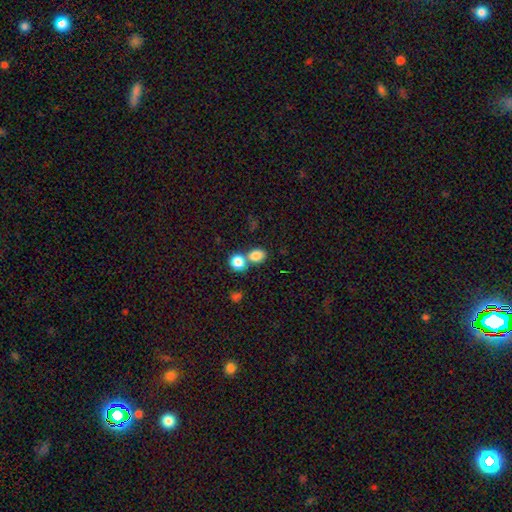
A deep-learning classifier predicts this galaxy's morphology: smooth_or_featured: smooth (p=0.82) [alt: star or artifact p=0.10]
how_rounded: round (p=0.55) [alt: in between p=0.44]
merging: none (p=0.47) [alt: merger p=0.42]